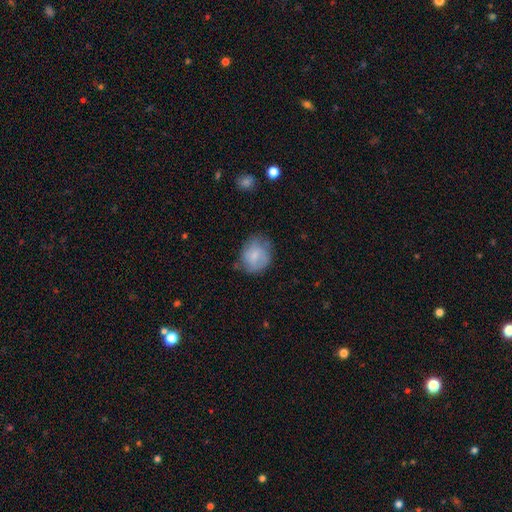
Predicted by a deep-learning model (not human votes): This is likely a smooth galaxy (71%). How rounded: possibly round (57%). Merging: possibly none (59%).